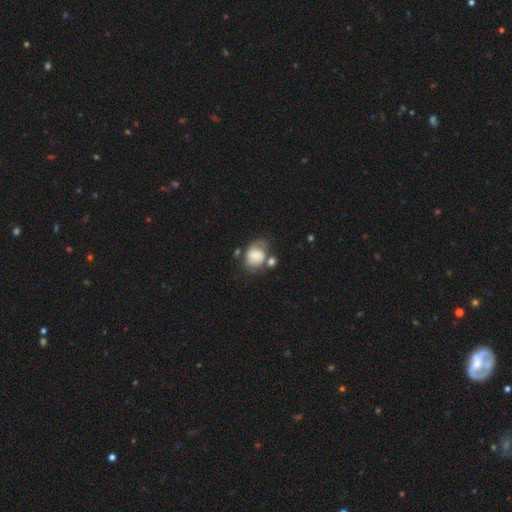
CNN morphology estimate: A smooth galaxy with no disk features (54%) that is in between round and cigar-shaped (53%).

Vote fractions:
- Smooth or featured? smooth: 54% / featured or disk: 38% / star or artifact: 8%
- How rounded? in between: 53% / round: 46% / cigar-shaped: 1%
- Merging? none: 39% / minor disturbance: 25% / merger: 21% / major disturbance: 15%